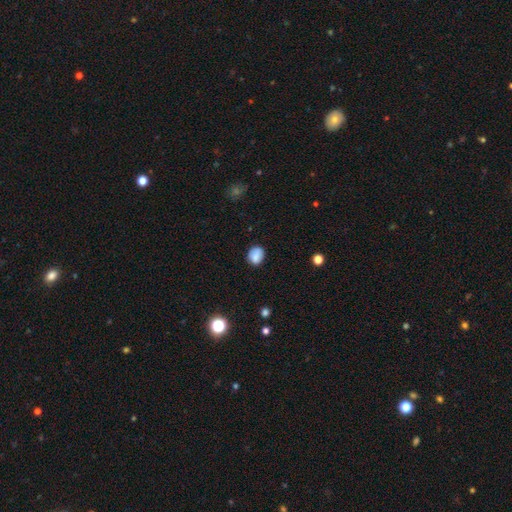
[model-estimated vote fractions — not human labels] smooth-or-featured: smooth: 83% | star or artifact: 10% | featured or disk: 8%
  how-rounded: round: 57% | in between: 42% | cigar-shaped: 1%
  merging: none: 77% | minor disturbance: 18% | major disturbance: 4% | merger: 2%